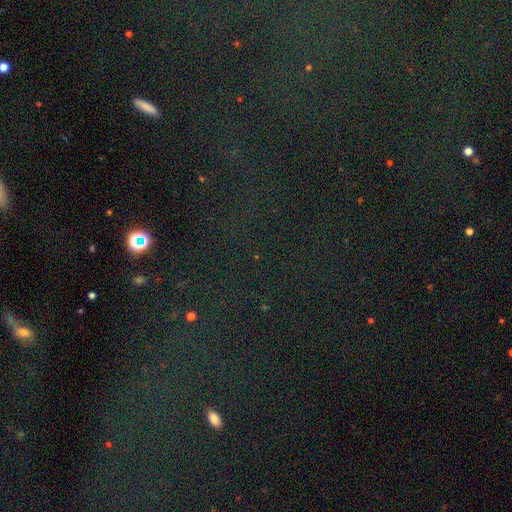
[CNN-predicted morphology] A star or artifact, not a galaxy (79%).

Vote fractions:
- Smooth or featured? star or artifact: 79% / smooth: 12% / featured or disk: 9%